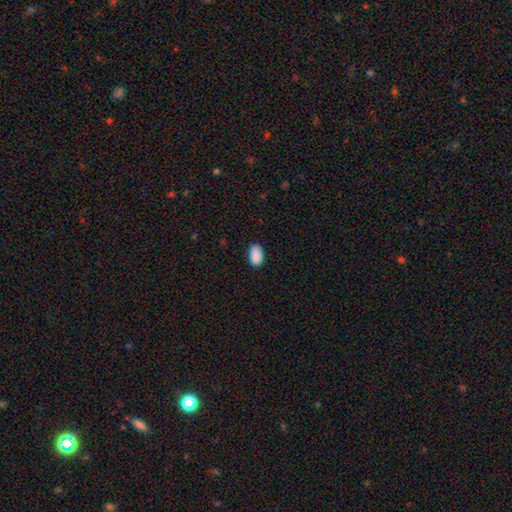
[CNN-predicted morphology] Overall: smooth (90%). How rounded: in between (93%). Merging: none (81%).